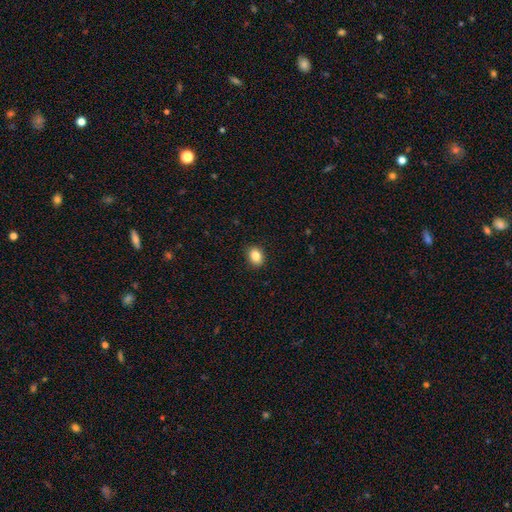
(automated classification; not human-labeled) The model was most divided on "how rounded": in between: 62%, round: 37%, cigar-shaped: 1%. More confident: merging — none (91%); smooth or featured — smooth (85%).